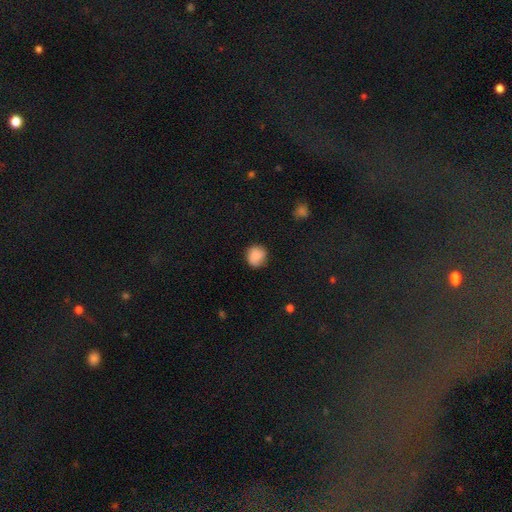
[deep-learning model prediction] Smooth or featured?
  - smooth: 82% *
  - featured or disk: 9%
  - star or artifact: 8%
How rounded?
  - round: 84% *
  - in between: 15%
  - cigar-shaped: 1%
Merging?
  - none: 74% *
  - minor disturbance: 20%
  - major disturbance: 5%
  - merger: 1%